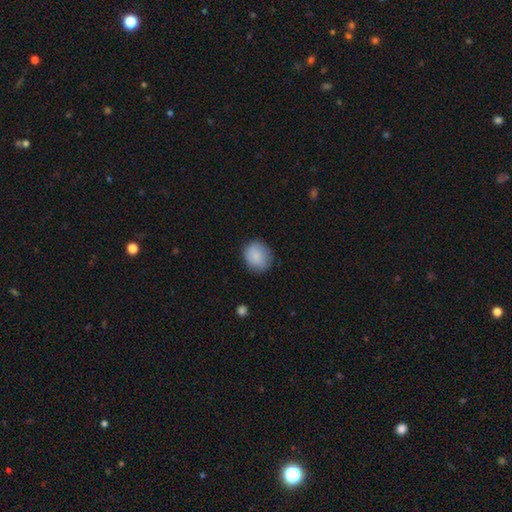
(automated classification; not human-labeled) Overall: smooth (85%). How rounded: round (72%). Merging: none (79%).